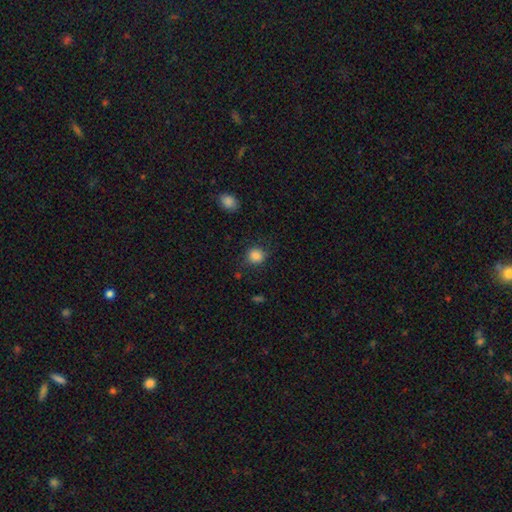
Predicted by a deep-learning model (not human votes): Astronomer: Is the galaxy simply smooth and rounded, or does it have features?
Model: smooth — 85%.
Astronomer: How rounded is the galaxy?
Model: round — 82%.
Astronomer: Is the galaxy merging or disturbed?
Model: none — 81%.